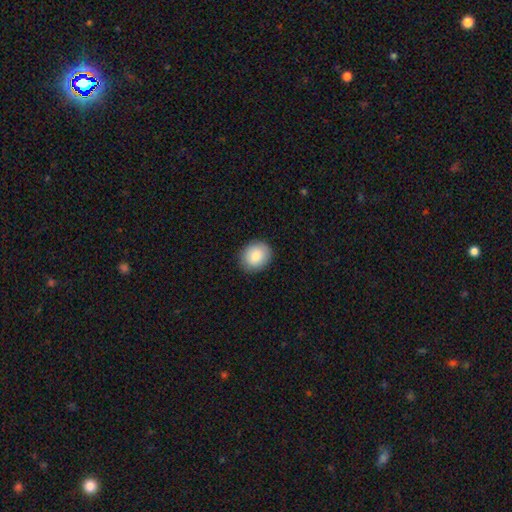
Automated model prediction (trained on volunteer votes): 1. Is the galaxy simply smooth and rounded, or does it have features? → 84% smooth, 8% featured or disk, 7% star or artifact.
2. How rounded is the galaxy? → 54% round, 45% in between, 1% cigar-shaped.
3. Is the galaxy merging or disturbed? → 88% none, 9% minor disturbance, 2% major disturbance, 1% merger.